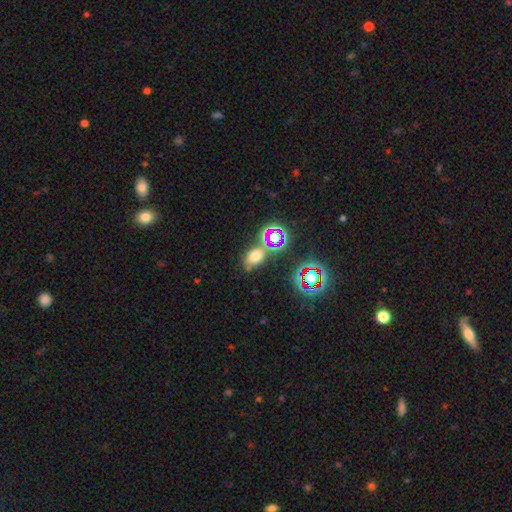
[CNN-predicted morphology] smooth_or_featured: smooth (p=0.58) [alt: star or artifact p=0.30]
how_rounded: in between (p=0.74) [alt: round p=0.23]
merging: none (p=0.60) [alt: merger p=0.18]